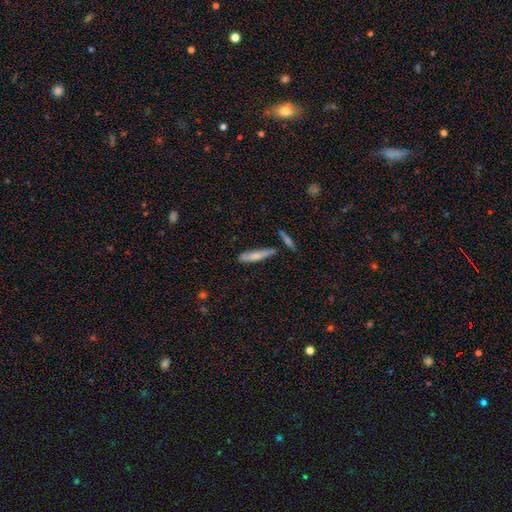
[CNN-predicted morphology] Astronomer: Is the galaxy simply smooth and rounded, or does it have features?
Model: smooth — 72%.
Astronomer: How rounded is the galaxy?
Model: cigar-shaped — 86%.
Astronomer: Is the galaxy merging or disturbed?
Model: none — 66%.